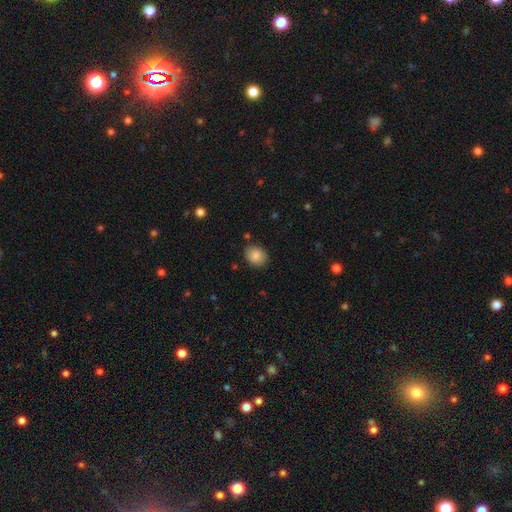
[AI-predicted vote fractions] Q: Smooth or featured?
A: smooth (87%); runner-up: star or artifact (8%)
Q: How rounded?
A: round (52%); runner-up: in between (48%)
Q: Merging?
A: none (84%); runner-up: minor disturbance (11%)